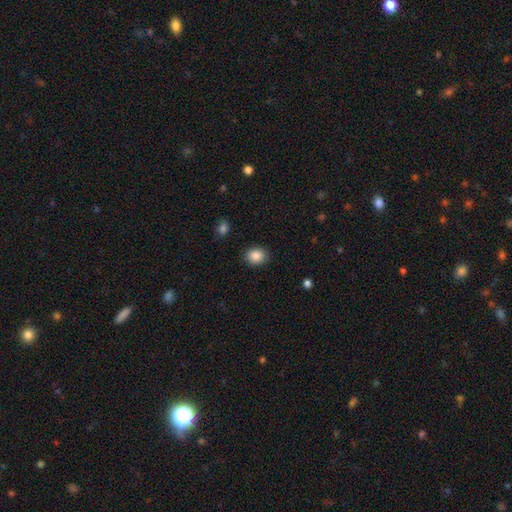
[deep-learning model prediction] Smooth or featured? Predicted: smooth (p=0.87). How rounded? Predicted: round (p=0.51). Merging? Predicted: none (p=0.88).